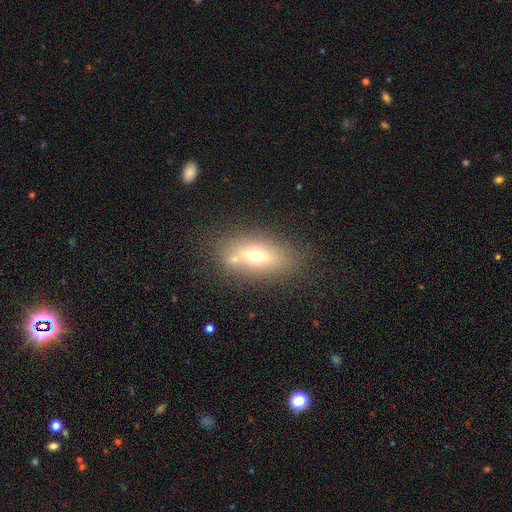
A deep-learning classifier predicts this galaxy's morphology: smooth-or-featured: smooth: 56% | featured or disk: 32% | star or artifact: 12%
  how-rounded: in between: 76% | cigar-shaped: 14% | round: 10%
  merging: none: 63% | merger: 17% | minor disturbance: 14% | major disturbance: 6%